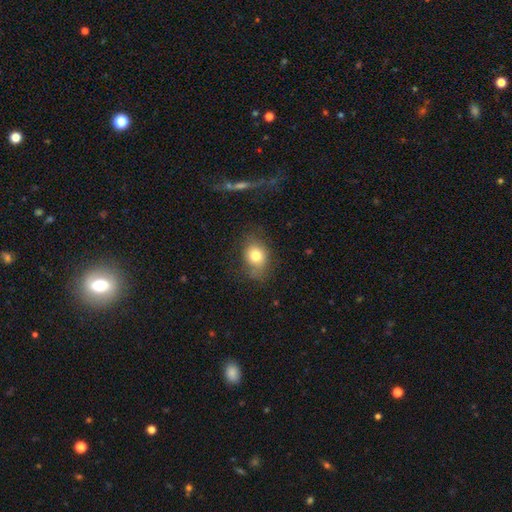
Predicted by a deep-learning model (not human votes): Overall: smooth (78%). How rounded: in between (51%; round 48%). Merging: none (63%; minor disturbance 24%).